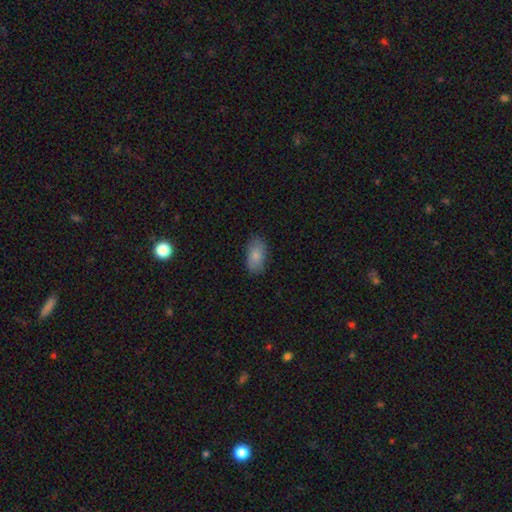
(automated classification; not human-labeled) Smooth or featured?
  - smooth: 83% *
  - featured or disk: 10%
  - star or artifact: 7%
How rounded?
  - in between: 93% *
  - round: 4%
  - cigar-shaped: 3%
Merging?
  - none: 82% *
  - minor disturbance: 14%
  - major disturbance: 3%
  - merger: 1%